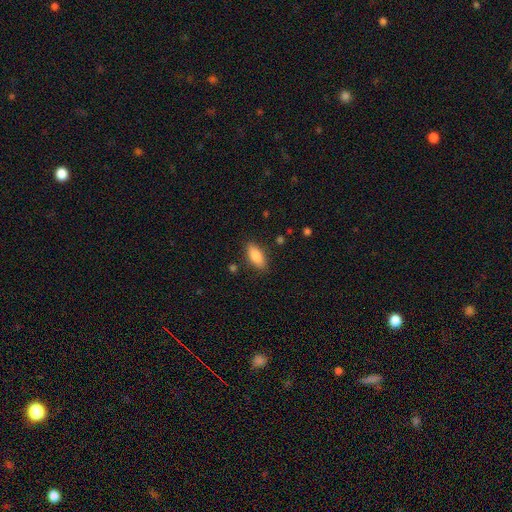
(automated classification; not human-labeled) Smooth or featured?
  - smooth: 85% *
  - featured or disk: 8%
  - star or artifact: 7%
How rounded?
  - in between: 84% *
  - cigar-shaped: 13%
  - round: 2%
Merging?
  - none: 85% *
  - minor disturbance: 11%
  - major disturbance: 3%
  - merger: 2%